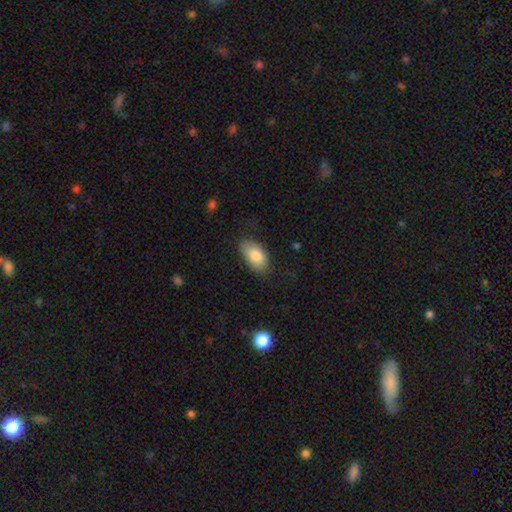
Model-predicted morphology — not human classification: Smooth or featured? smooth (83%)
How rounded? in between (94%)
Merging? none (78%)